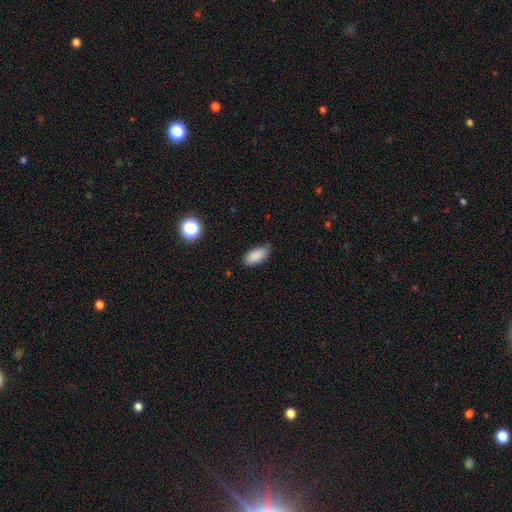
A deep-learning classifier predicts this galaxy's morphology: type=smooth (88%); roundness=in between (91%); merging=none (77%).